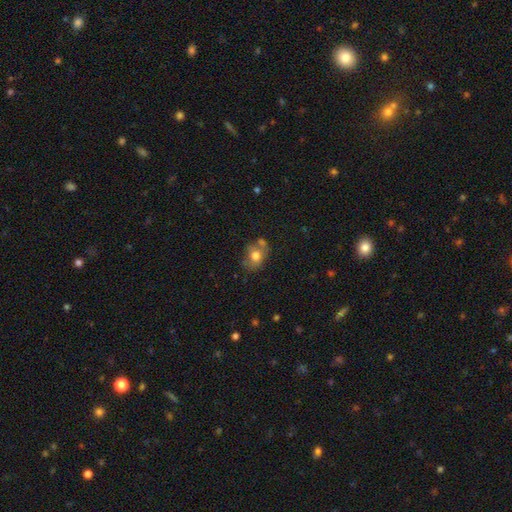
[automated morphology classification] A smooth galaxy with no disk features (72%) that is round (50%).

Vote fractions:
- Smooth or featured? smooth: 72% / featured or disk: 18% / star or artifact: 10%
- How rounded? round: 50% / in between: 49% / cigar-shaped: 1%
- Merging? none: 53% / minor disturbance: 20% / merger: 20% / major disturbance: 7%